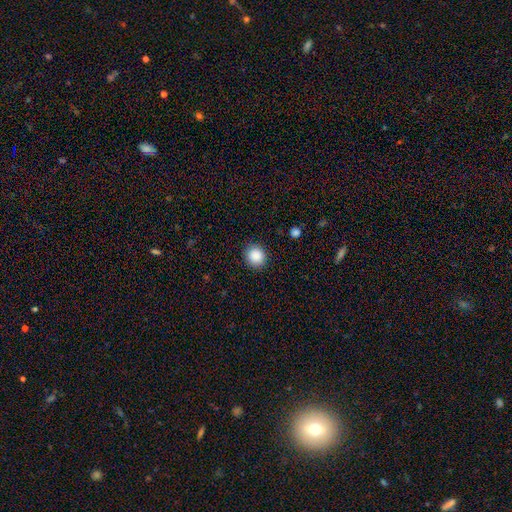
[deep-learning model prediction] smooth-or-featured: smooth: 88% | star or artifact: 9% | featured or disk: 3%
  how-rounded: round: 82% | in between: 17% | cigar-shaped: 1%
  merging: none: 89% | minor disturbance: 7% | major disturbance: 2% | merger: 1%